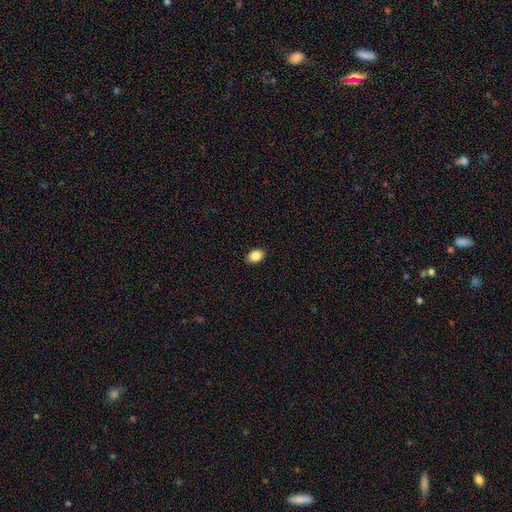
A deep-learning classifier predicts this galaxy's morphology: Smooth or featured?
  - smooth: 86% *
  - star or artifact: 9%
  - featured or disk: 6%
How rounded?
  - in between: 75% *
  - round: 24%
  - cigar-shaped: 1%
Merging?
  - none: 90% *
  - minor disturbance: 7%
  - major disturbance: 2%
  - merger: 1%